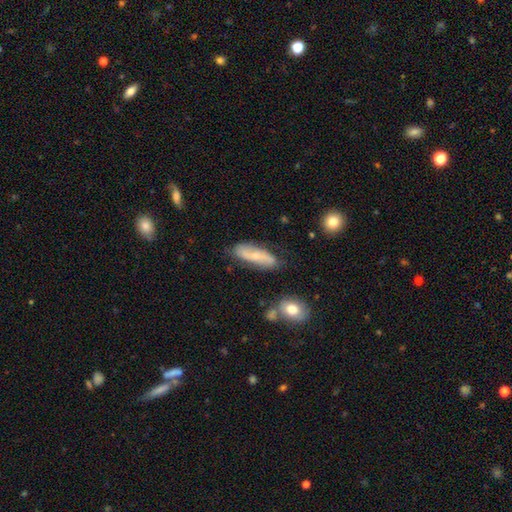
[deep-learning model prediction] A featured or disk galaxy (54%).

Vote fractions:
- Smooth or featured? featured or disk: 54% / smooth: 39% / star or artifact: 7%
- Edge-on disk? no: 80% / yes: 20%
- Merging? none: 74% / minor disturbance: 18% / major disturbance: 4% / merger: 4%